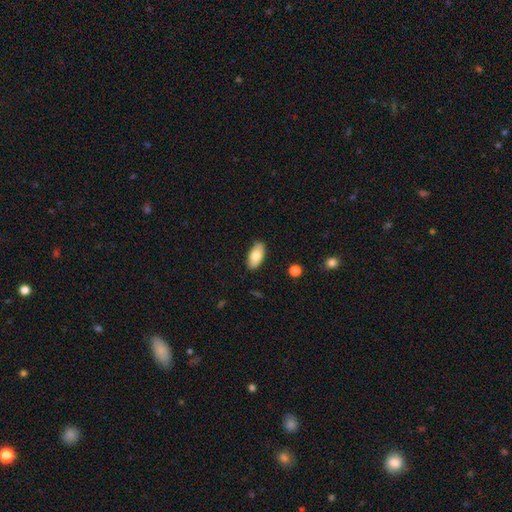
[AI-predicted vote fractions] smooth 78%, featured or disk 16%, star or artifact 6%. Down the decision tree: how rounded — in between (91%); merging — none (87%).